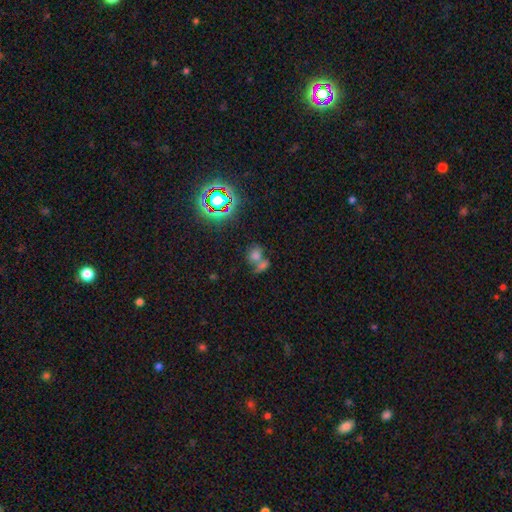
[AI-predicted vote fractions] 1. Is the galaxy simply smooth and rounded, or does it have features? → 61% smooth, 25% star or artifact, 13% featured or disk.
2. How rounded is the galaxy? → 56% in between, 41% round, 3% cigar-shaped.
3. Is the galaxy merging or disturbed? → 58% merger, 28% none, 8% minor disturbance, 5% major disturbance.